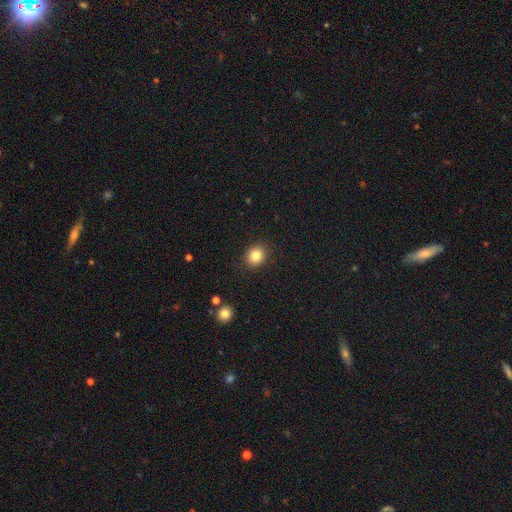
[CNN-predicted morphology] A smooth galaxy with no disk features (83%) that is round (72%). Merging: none (90%).